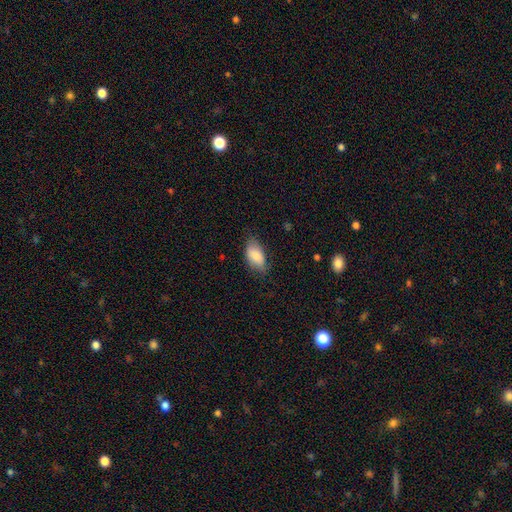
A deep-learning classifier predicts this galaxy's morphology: smooth 81%, featured or disk 12%, star or artifact 7%. Down the decision tree: how rounded — in between (93%); merging — none (67%).